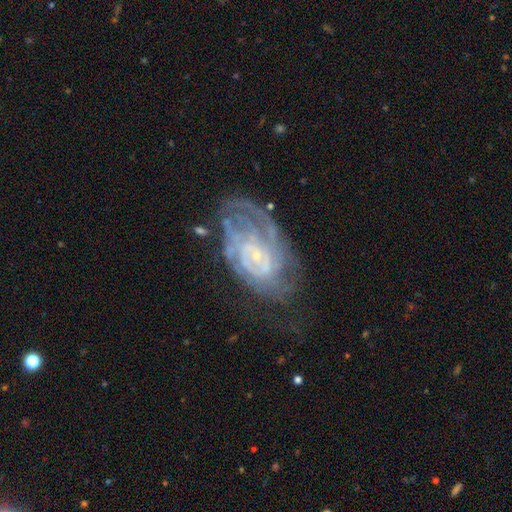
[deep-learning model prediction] This is clearly a featured or disk galaxy (82%). It is clearly not viewed edge-on (96%). Bar: likely no (62%). Spiral arm pattern: clearly yes (89%). Spiral arm count: possibly can't tell (46%). Spiral winding: likely tight (66%). Central bulge: likely small (80%). Merging: possibly none (48%).